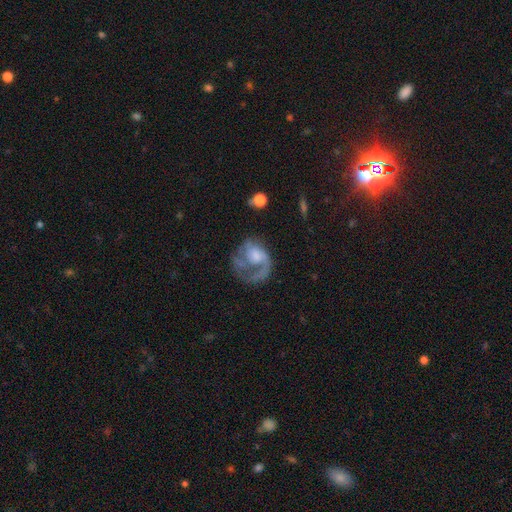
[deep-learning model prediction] featured or disk 71%, smooth 21%, star or artifact 9%. Down the decision tree: edge-on disk — no (98%); bar — no (73%); spiral arms — yes (79%); spiral arm count — 1 (62%); spiral winding — medium (41%); bulge size — moderate (37%); merging — none (40%).